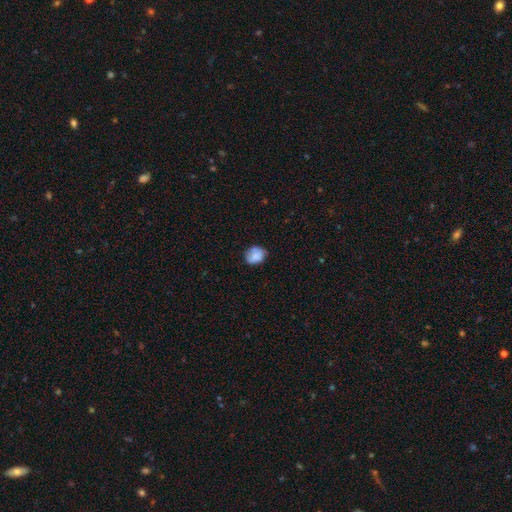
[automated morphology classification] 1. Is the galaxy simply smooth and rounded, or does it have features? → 79% smooth, 12% featured or disk, 9% star or artifact.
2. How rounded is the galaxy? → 63% round, 36% in between, 1% cigar-shaped.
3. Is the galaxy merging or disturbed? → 67% none, 24% minor disturbance, 6% major disturbance, 2% merger.